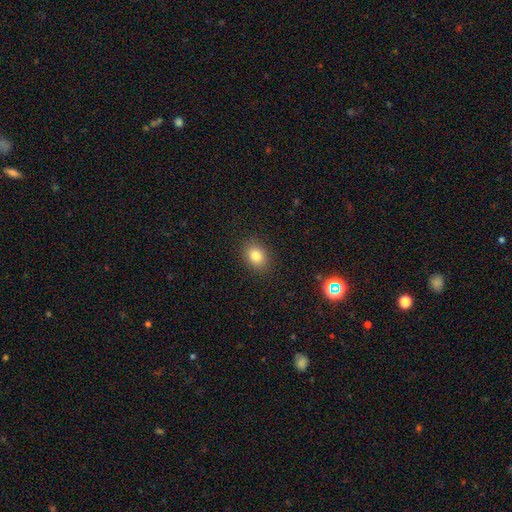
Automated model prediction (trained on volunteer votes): Smooth or featured: smooth — 82% (star or artifact — 11%)
How rounded: in between — 59% (round — 40%)
Merging: none — 89% (minor disturbance — 8%)